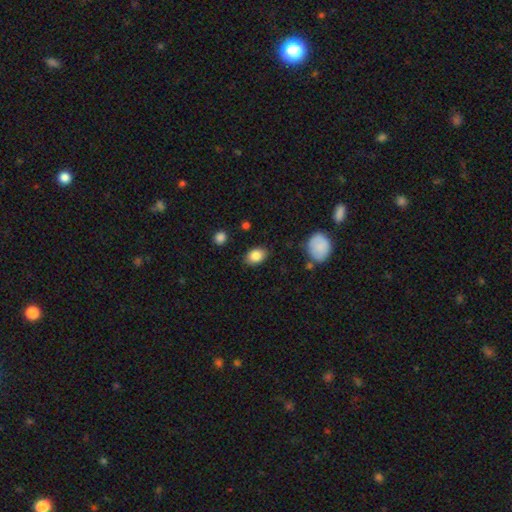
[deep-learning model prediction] Smooth or featured? Predicted: smooth (p=0.85). How rounded? Predicted: in between (p=0.79). Merging? Predicted: none (p=0.84).